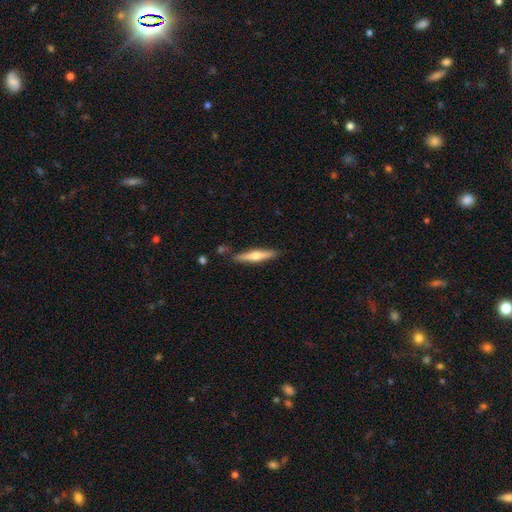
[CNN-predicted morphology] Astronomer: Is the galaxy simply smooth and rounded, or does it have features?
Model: featured or disk — 54% (runner-up: smooth, 40%).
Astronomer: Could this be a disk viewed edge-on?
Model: yes — 96%.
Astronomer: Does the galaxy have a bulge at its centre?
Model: rounded — 88%.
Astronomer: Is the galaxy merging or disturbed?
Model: none — 84%.